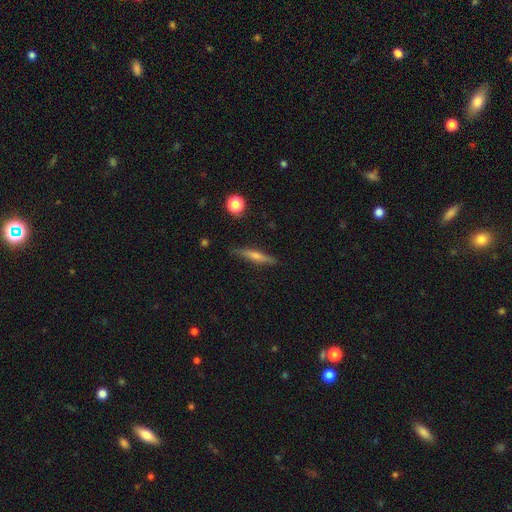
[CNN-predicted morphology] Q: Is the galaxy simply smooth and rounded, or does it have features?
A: featured or disk — 49%.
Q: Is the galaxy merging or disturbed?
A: none — 88%.